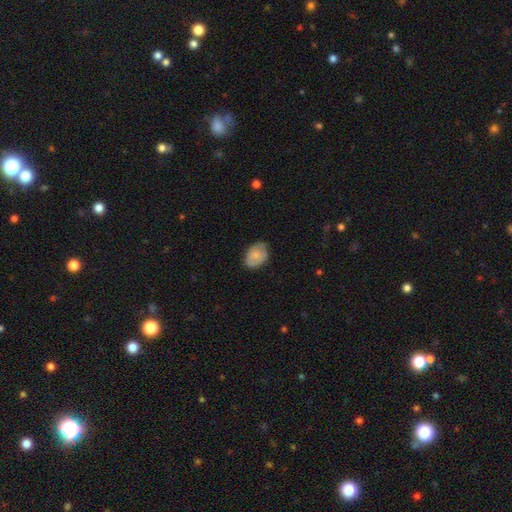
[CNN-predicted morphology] Smooth or featured: smooth — 75% (featured or disk — 19%)
How rounded: in between — 74% (round — 25%)
Merging: none — 67% (minor disturbance — 27%)